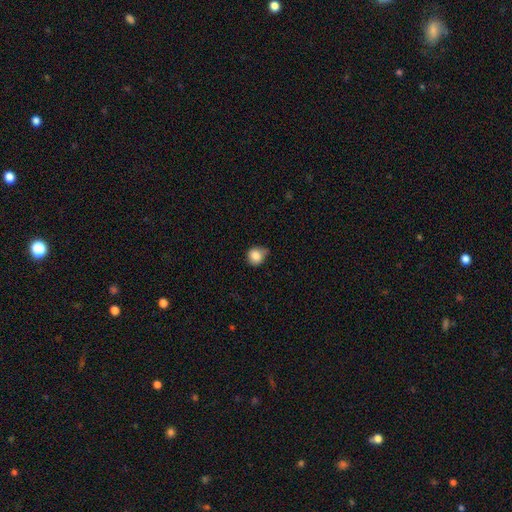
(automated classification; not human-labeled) Smooth or featured? smooth (84%)
How rounded? round (81%)
Merging? none (52%)